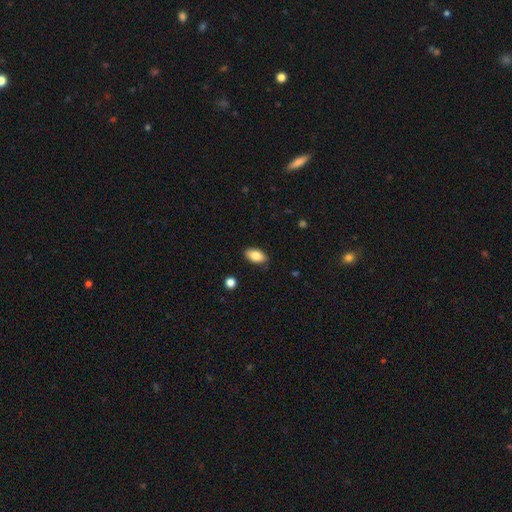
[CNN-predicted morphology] This is clearly a smooth galaxy (82%). How rounded: clearly in between (92%). Merging: clearly none (84%).